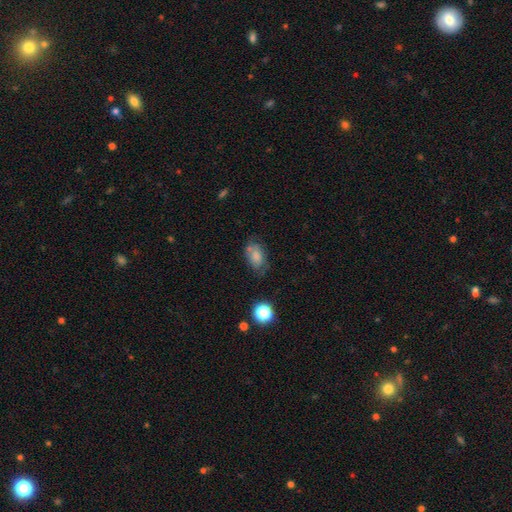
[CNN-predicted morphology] A smooth galaxy with no disk features (70%) that is in between round and cigar-shaped (87%).

Vote fractions:
- Smooth or featured? smooth: 70% / featured or disk: 19% / star or artifact: 11%
- How rounded? in between: 87% / round: 11% / cigar-shaped: 2%
- Merging? none: 55% / minor disturbance: 26% / major disturbance: 10% / merger: 9%